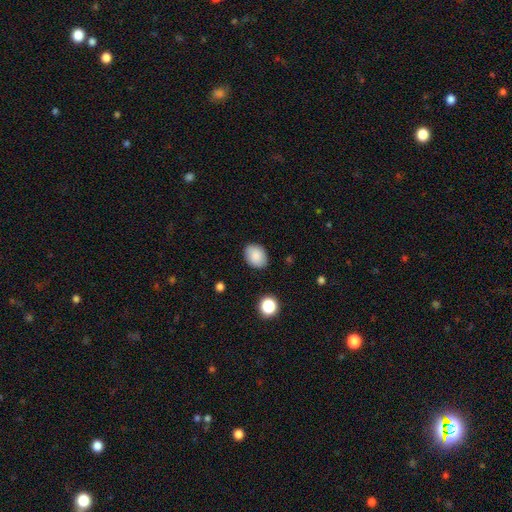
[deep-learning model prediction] Smooth or featured? smooth (87%)
How rounded? in between (68%)
Merging? none (86%)